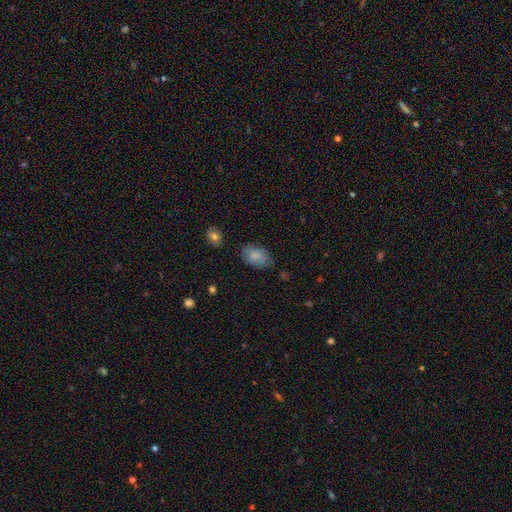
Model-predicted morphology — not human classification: Smooth or featured? Predicted: smooth (p=0.80). How rounded? Predicted: in between (p=0.90). Merging? Predicted: none (p=0.73).